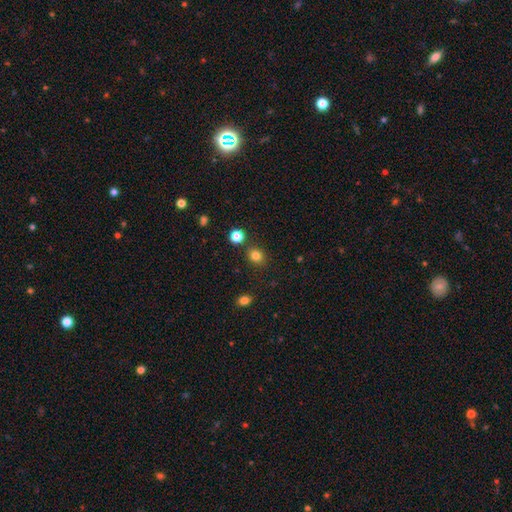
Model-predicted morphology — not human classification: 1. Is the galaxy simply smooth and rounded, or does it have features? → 81% smooth, 14% star or artifact, 5% featured or disk.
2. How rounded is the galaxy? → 68% round, 31% in between, 1% cigar-shaped.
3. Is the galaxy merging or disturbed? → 82% none, 9% minor disturbance, 6% merger, 3% major disturbance.